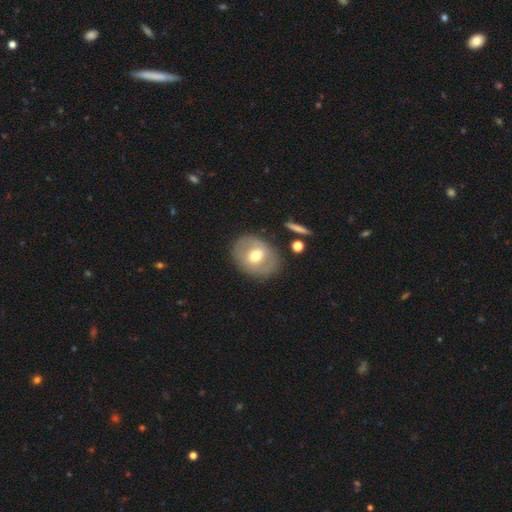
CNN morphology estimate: smooth 52%, featured or disk 41%, star or artifact 7%. Down the decision tree: how rounded — in between (50%); merging — none (81%).